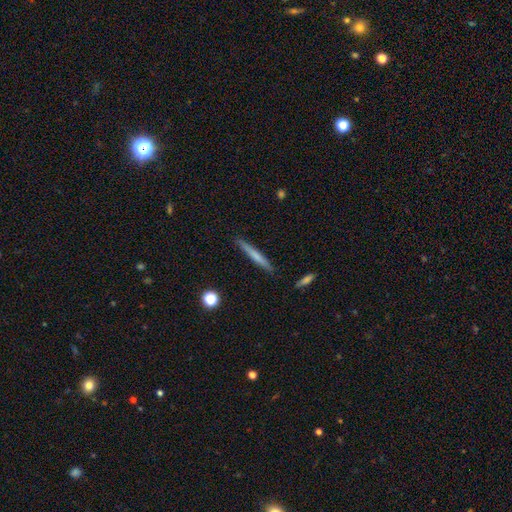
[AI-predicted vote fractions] Q: Smooth or featured?
A: smooth (58%); runner-up: featured or disk (36%)
Q: How rounded?
A: cigar-shaped (96%); runner-up: in between (3%)
Q: Merging?
A: none (89%); runner-up: minor disturbance (8%)